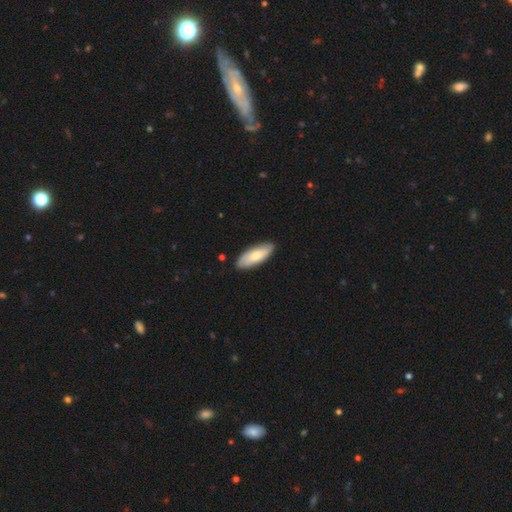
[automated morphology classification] Smooth or featured? Predicted: smooth (p=0.71). How rounded? Predicted: in between (p=0.71). Merging? Predicted: none (p=0.86).